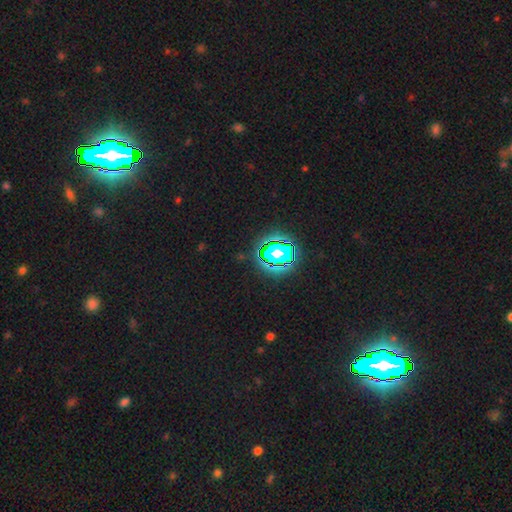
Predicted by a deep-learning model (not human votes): A star or artifact, not a galaxy (82%).

Vote fractions:
- Smooth or featured? star or artifact: 82% / smooth: 11% / featured or disk: 7%